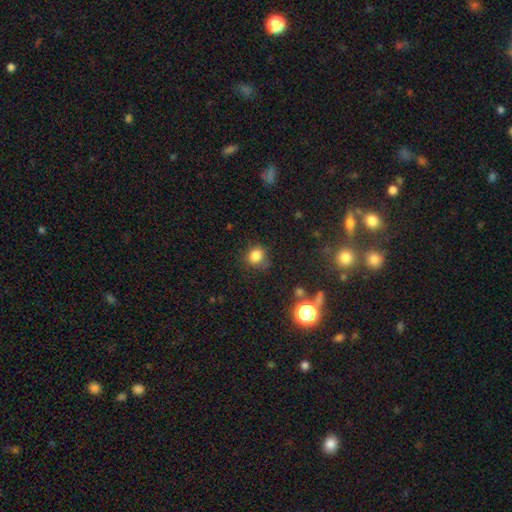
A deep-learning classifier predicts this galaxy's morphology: The model was most divided on "how rounded": round: 73%, in between: 26%, cigar-shaped: 1%. More confident: smooth or featured — smooth (82%); merging — none (71%).